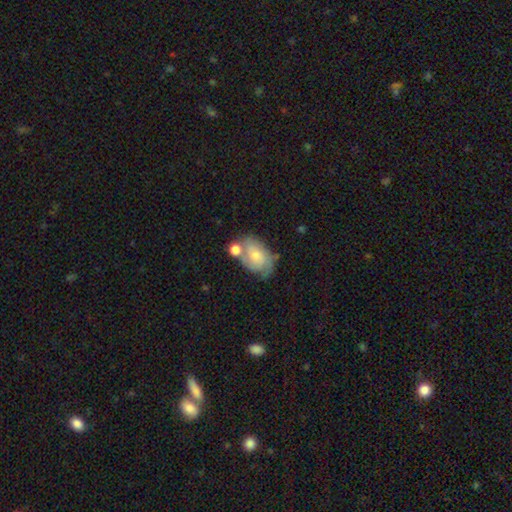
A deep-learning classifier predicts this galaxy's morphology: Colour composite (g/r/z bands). It shows a smooth galaxy with no disk features (50%). Merging: none (39%).